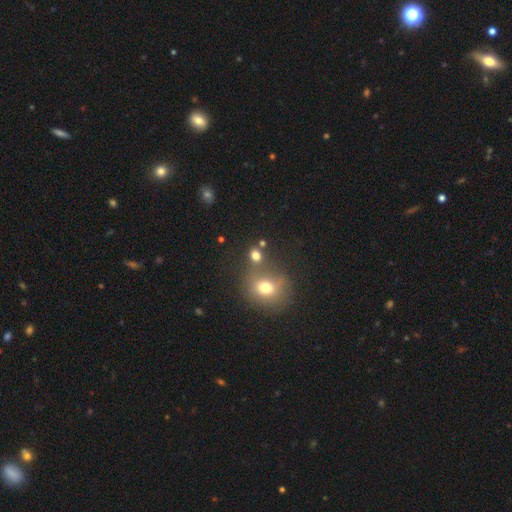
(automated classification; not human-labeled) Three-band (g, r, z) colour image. It shows a smooth galaxy with no disk features (74%) that is round (75%). Merging: none (58%).